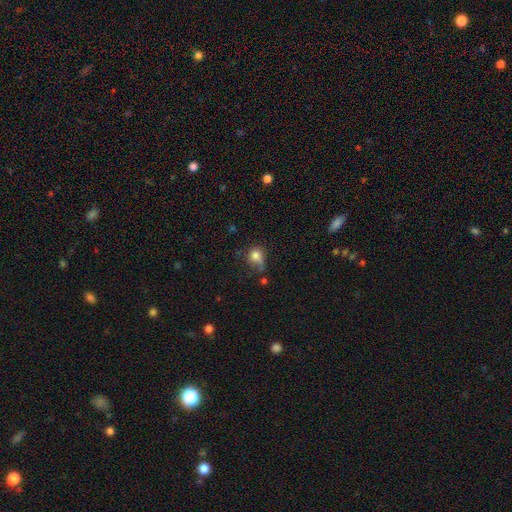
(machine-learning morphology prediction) A smooth galaxy with no disk features (78%) that is round (71%).

Vote fractions:
- Smooth or featured? smooth: 78% / star or artifact: 11% / featured or disk: 11%
- How rounded? round: 71% / in between: 27% / cigar-shaped: 1%
- Merging? none: 44% / minor disturbance: 28% / major disturbance: 17% / merger: 11%